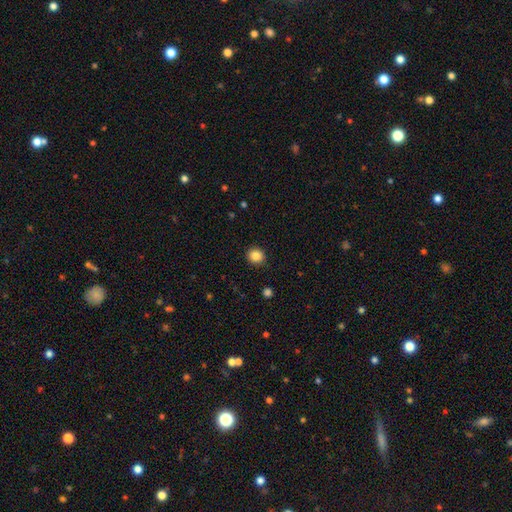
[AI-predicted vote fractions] Q: Smooth or featured?
A: smooth (86%); runner-up: star or artifact (10%)
Q: How rounded?
A: round (88%); runner-up: in between (11%)
Q: Merging?
A: none (90%); runner-up: minor disturbance (6%)